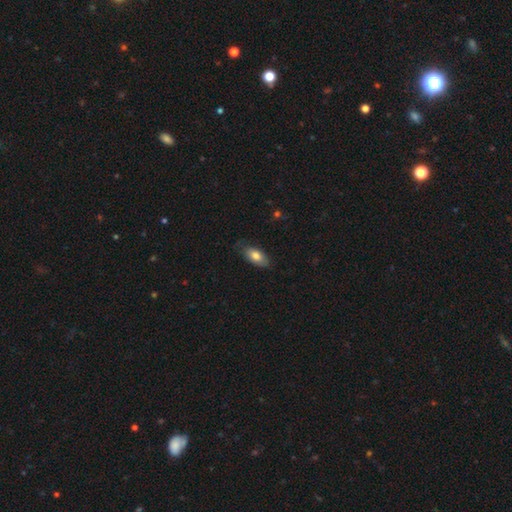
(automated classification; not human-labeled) smooth_or_featured: smooth (p=0.77) [alt: featured or disk p=0.17]
how_rounded: in between (p=0.90) [alt: cigar-shaped p=0.07]
merging: none (p=0.72) [alt: minor disturbance p=0.23]